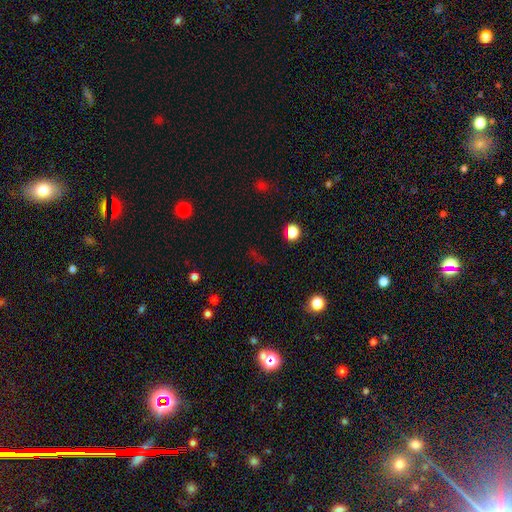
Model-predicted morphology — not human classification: This appears to be a star or artifact, not a galaxy (55%).